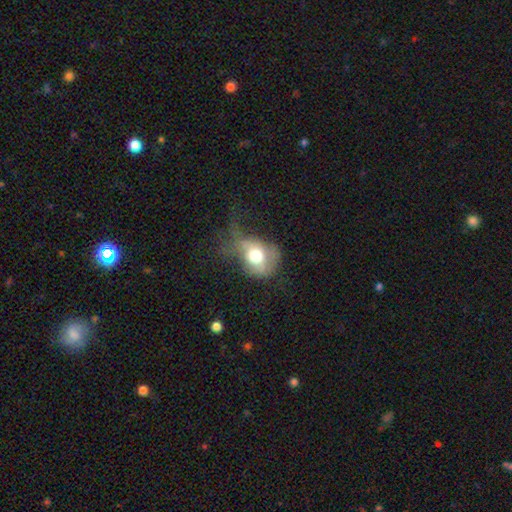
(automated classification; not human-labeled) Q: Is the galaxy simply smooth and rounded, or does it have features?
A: smooth — 61%.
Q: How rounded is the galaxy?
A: in between — 55%.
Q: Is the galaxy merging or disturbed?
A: major disturbance — 48%.